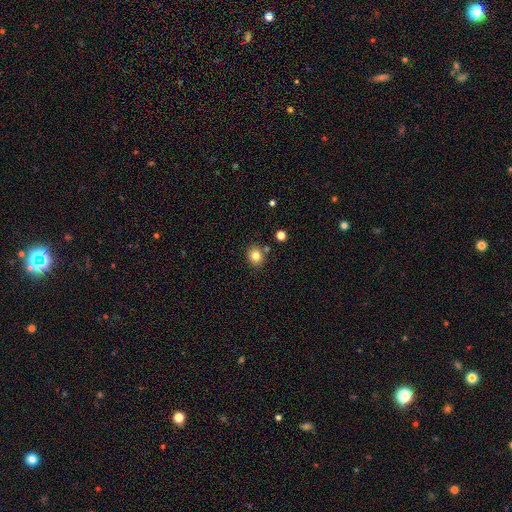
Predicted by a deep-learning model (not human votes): Smooth or featured: smooth — 81% (star or artifact — 12%)
How rounded: round — 68% (in between — 31%)
Merging: none — 80% (minor disturbance — 10%)